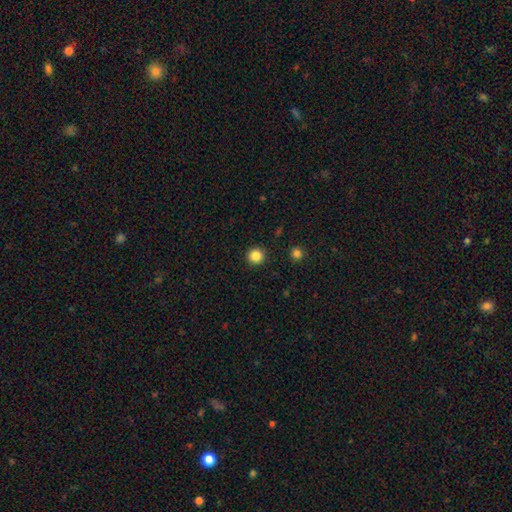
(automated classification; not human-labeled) Smooth or featured? smooth (85%)
How rounded? round (95%)
Merging? none (93%)